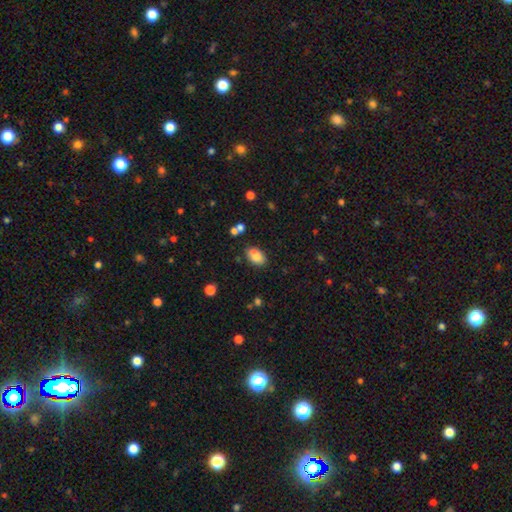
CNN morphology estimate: Smooth or featured: smooth — 84% (star or artifact — 8%)
How rounded: in between — 91% (round — 8%)
Merging: none — 79% (minor disturbance — 13%)